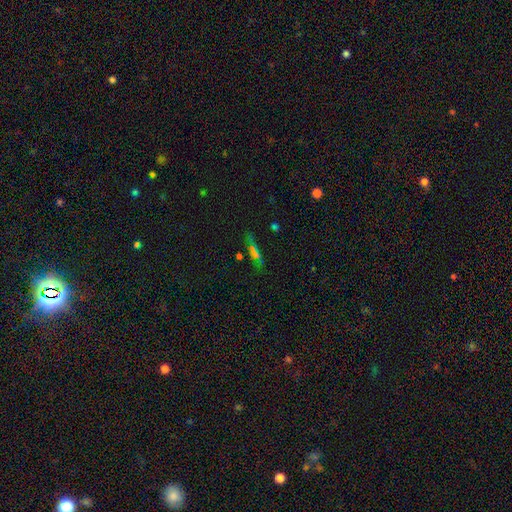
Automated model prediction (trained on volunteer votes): This is marginally a featured or disk galaxy (37%). Merging: likely none (65%).